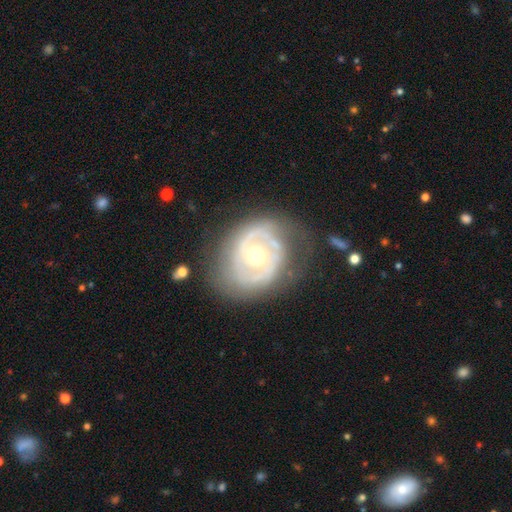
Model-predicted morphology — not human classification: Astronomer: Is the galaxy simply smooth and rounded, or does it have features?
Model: featured or disk — 78%.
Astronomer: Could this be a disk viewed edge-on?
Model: no — 96%.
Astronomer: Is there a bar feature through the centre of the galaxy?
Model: no — 73%.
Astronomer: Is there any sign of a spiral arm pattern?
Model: yes — 63%.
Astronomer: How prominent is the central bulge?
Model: moderate — 71%.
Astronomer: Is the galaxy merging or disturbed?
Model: none — 65%.